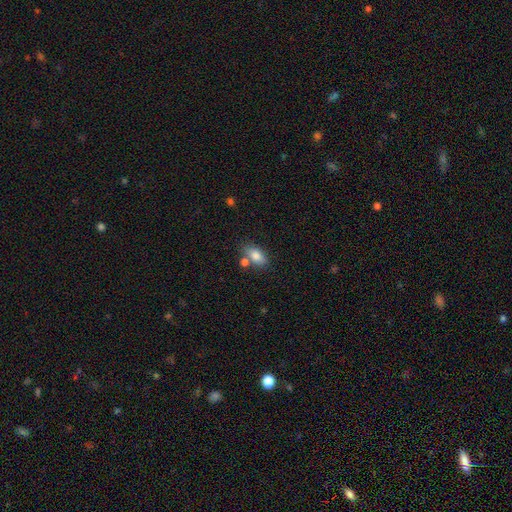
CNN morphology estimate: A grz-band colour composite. It shows a smooth galaxy with no disk features (82%) that is in between round and cigar-shaped (87%). Merging: none (66%).